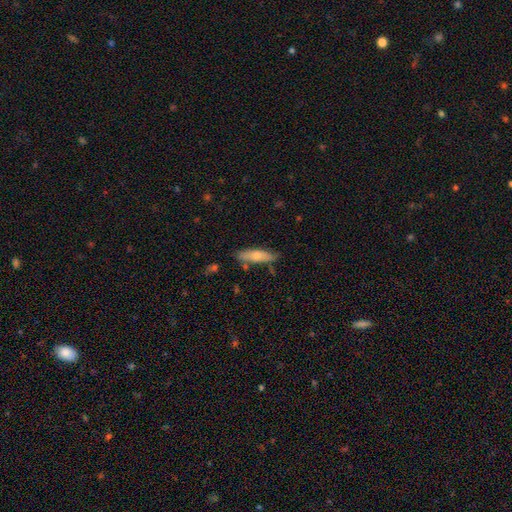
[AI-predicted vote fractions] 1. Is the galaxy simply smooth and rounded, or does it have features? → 69% smooth, 25% featured or disk, 6% star or artifact.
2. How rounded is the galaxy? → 62% cigar-shaped, 36% in between, 2% round.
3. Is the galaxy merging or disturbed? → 74% none, 18% minor disturbance, 5% merger, 4% major disturbance.